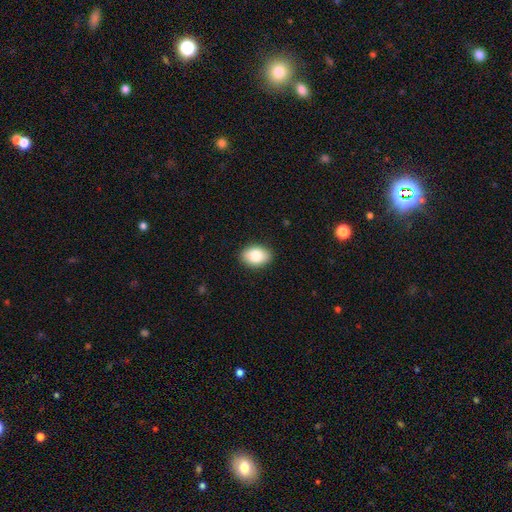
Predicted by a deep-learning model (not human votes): Q: Smooth or featured?
A: smooth (83%); runner-up: featured or disk (9%)
Q: How rounded?
A: in between (83%); runner-up: round (16%)
Q: Merging?
A: none (89%); runner-up: minor disturbance (8%)